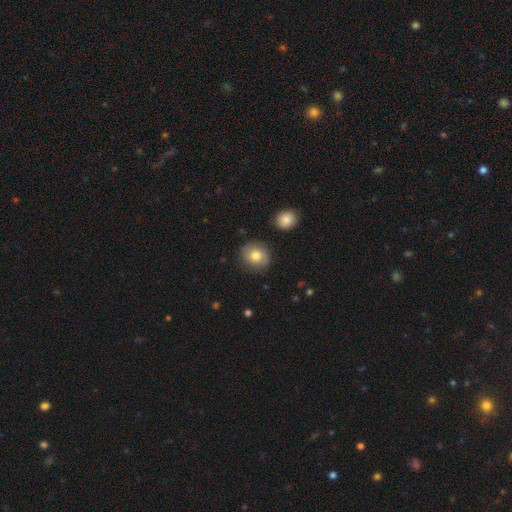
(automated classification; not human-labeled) The model was most divided on "how rounded": round: 78%, in between: 21%, cigar-shaped: 1%. More confident: merging — none (84%); smooth or featured — smooth (77%).